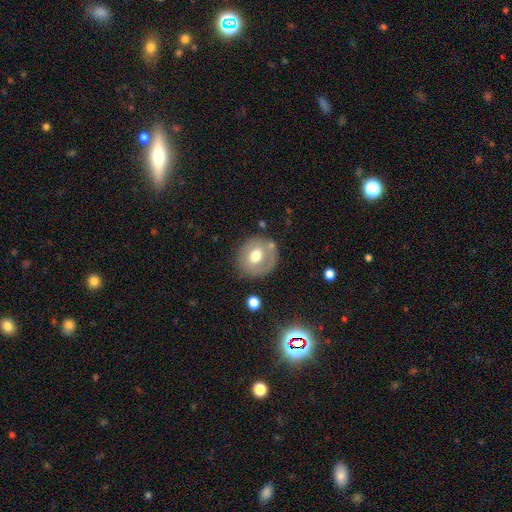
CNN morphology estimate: Smooth or featured? smooth (59%)
How rounded? round (82%)
Merging? none (75%)